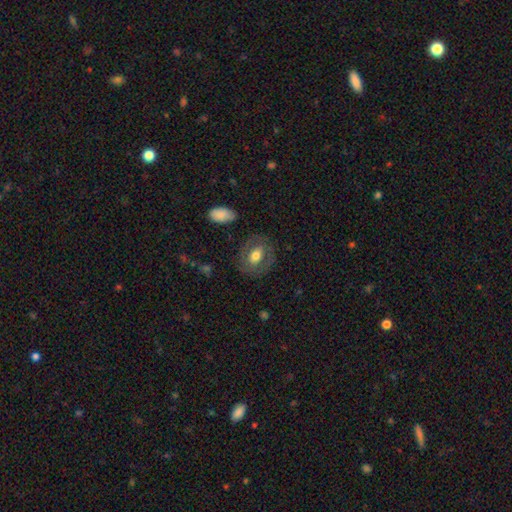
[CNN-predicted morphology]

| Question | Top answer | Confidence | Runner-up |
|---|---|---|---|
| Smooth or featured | smooth | 55% | featured or disk (38%) |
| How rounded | in between | 56% | round (42%) |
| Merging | none | 78% | minor disturbance (13%) |